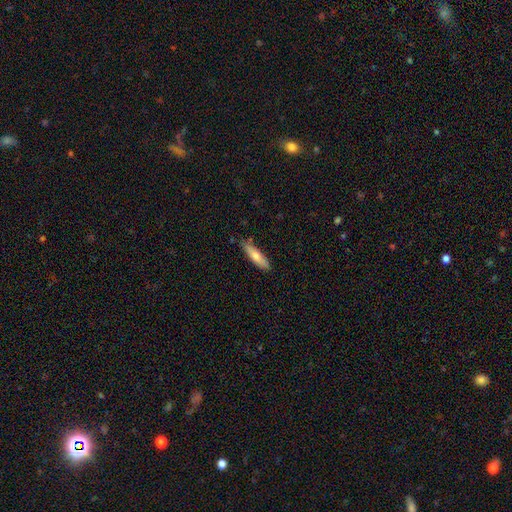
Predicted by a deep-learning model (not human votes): Smooth or featured: smooth — 70% (featured or disk — 24%)
How rounded: cigar-shaped — 71% (in between — 28%)
Merging: none — 81% (minor disturbance — 15%)